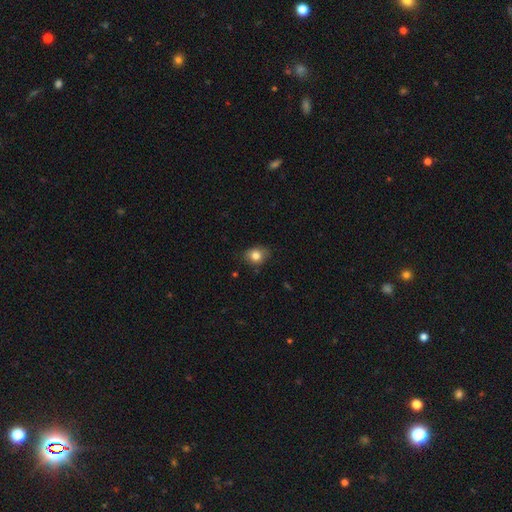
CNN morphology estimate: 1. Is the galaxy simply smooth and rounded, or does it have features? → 81% smooth, 10% star or artifact, 9% featured or disk.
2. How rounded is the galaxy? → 52% in between, 47% round, 1% cigar-shaped.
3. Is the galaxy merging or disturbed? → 74% none, 21% minor disturbance, 4% major disturbance, 1% merger.